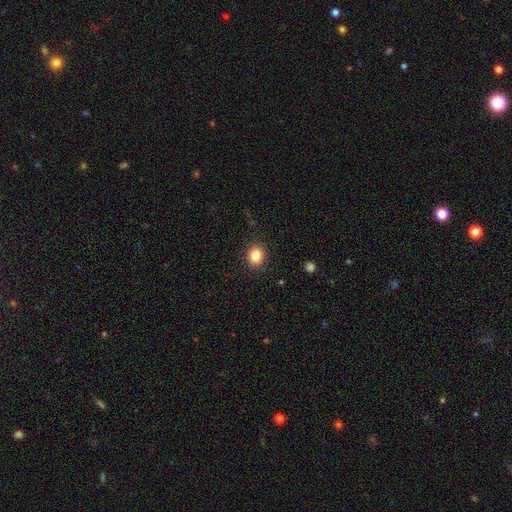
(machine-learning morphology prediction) Overall: smooth (84%). How rounded: round (70%). Merging: none (90%).